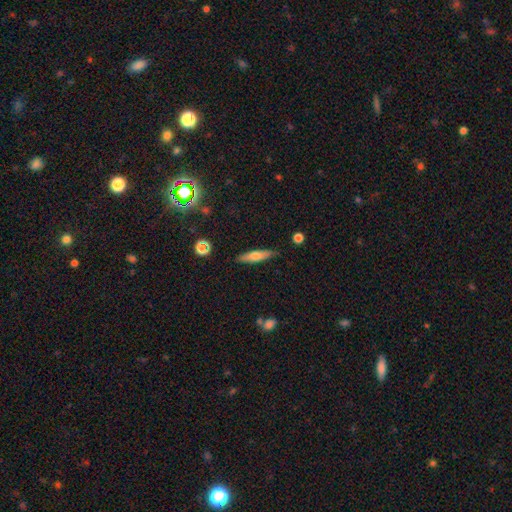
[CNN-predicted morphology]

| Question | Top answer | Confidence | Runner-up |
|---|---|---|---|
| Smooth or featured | smooth | 61% | featured or disk (32%) |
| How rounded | cigar-shaped | 77% | in between (21%) |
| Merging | none | 87% | minor disturbance (10%) |